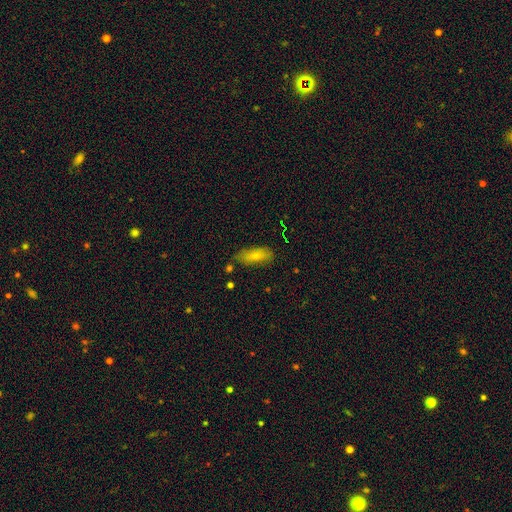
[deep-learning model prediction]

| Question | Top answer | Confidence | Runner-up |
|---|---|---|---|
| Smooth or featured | smooth | 75% | featured or disk (16%) |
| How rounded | in between | 73% | cigar-shaped (24%) |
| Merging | none | 75% | minor disturbance (18%) |